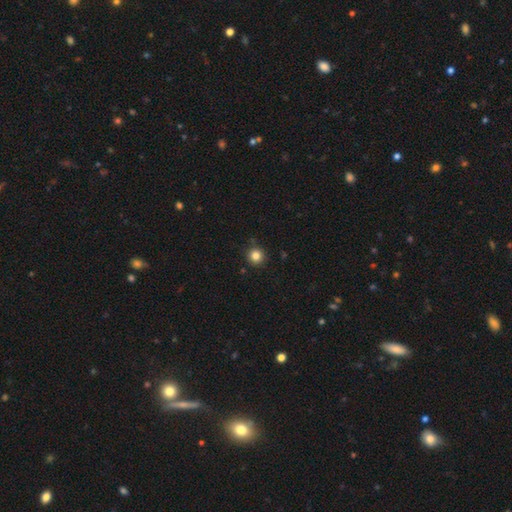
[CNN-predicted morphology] Smooth or featured?
  - smooth: 84% *
  - star or artifact: 12%
  - featured or disk: 5%
How rounded?
  - round: 94% *
  - in between: 5%
  - cigar-shaped: 1%
Merging?
  - none: 89% *
  - minor disturbance: 7%
  - merger: 2%
  - major disturbance: 2%